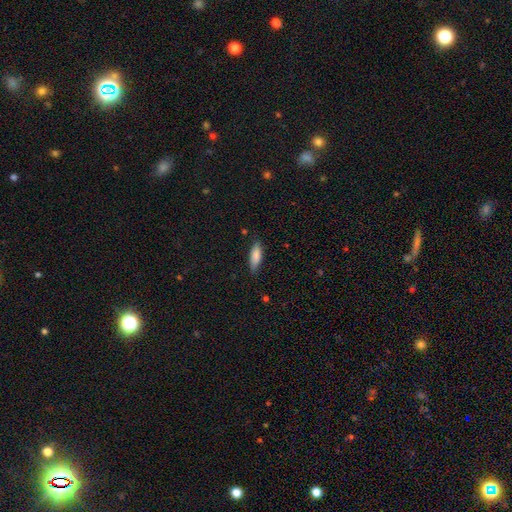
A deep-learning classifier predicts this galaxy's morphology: Overall: smooth (84%). How rounded: in between (58%; cigar-shaped 40%). Merging: none (80%).